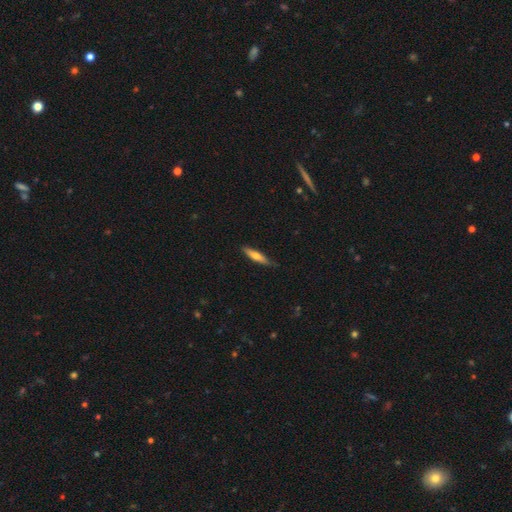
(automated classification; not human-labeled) Smooth or featured? Predicted: smooth (p=0.55). How rounded? Predicted: cigar-shaped (p=0.84). Merging? Predicted: none (p=0.83).